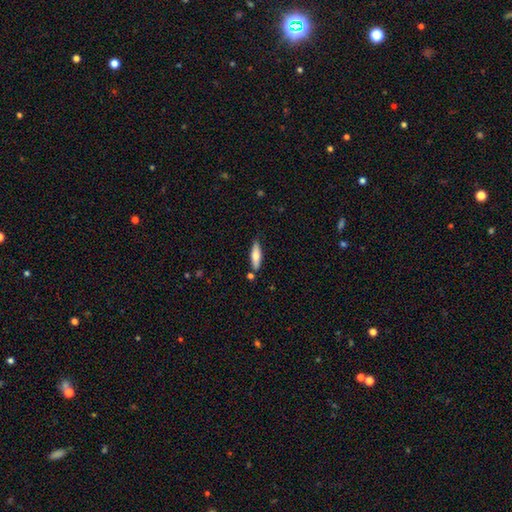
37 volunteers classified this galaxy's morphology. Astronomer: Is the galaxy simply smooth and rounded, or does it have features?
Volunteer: smooth — 65%.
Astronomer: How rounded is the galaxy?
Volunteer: cigar-shaped — 79%.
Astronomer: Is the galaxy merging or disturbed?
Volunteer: none — 100%.